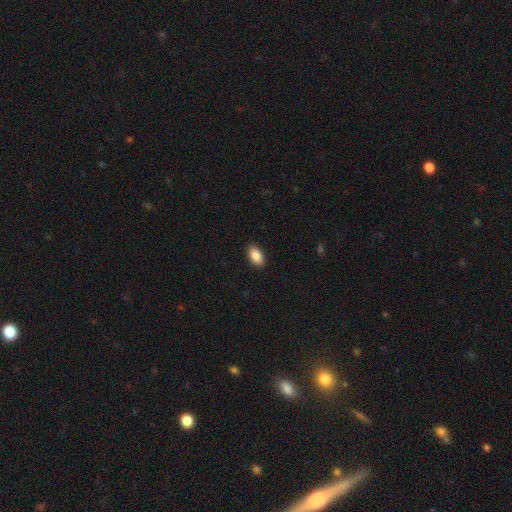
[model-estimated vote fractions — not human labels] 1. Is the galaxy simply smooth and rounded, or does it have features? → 88% smooth, 7% star or artifact, 5% featured or disk.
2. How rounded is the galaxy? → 94% in between, 4% round, 3% cigar-shaped.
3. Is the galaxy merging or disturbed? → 90% none, 7% minor disturbance, 2% major disturbance, 1% merger.